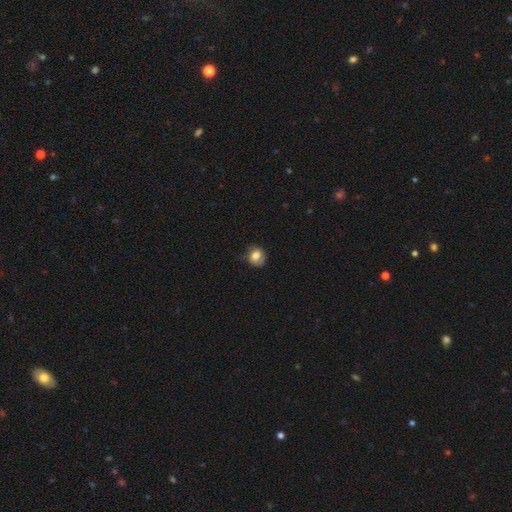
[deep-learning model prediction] Morphology: type=smooth (73%); roundness=round (63%); merging=none (57%).